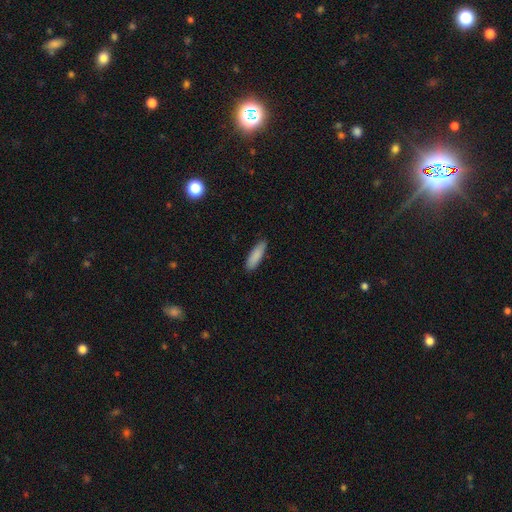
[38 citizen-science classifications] Volunteers were most divided on "how rounded": cigar-shaped: 65%, in between: 35%, round: 0%. More confident: smooth or featured — smooth (97%); merging — none (87%).